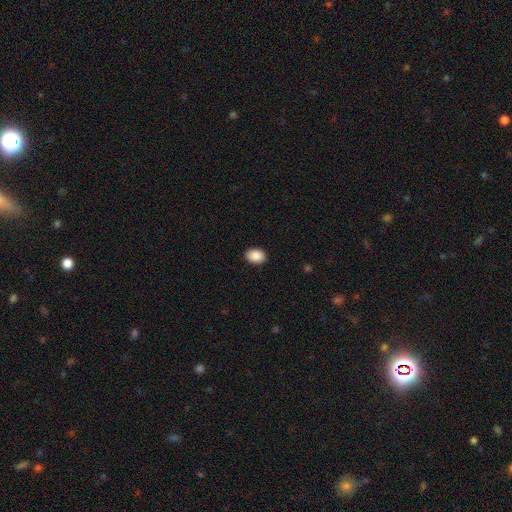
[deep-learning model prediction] smooth_or_featured: smooth (p=0.90) [alt: star or artifact p=0.07]
how_rounded: in between (p=0.78) [alt: round p=0.21]
merging: none (p=0.90) [alt: minor disturbance p=0.08]